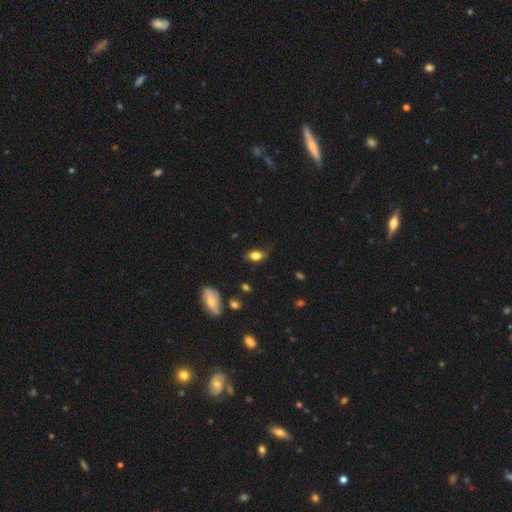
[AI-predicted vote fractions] Morphology: type=smooth (78%); roundness=in between (83%); merging=none (67%).